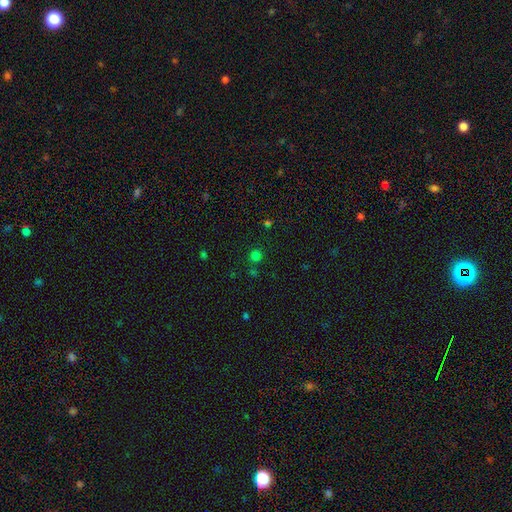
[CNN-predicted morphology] type=smooth (70%); roundness=round (91%); merging=none (80%).